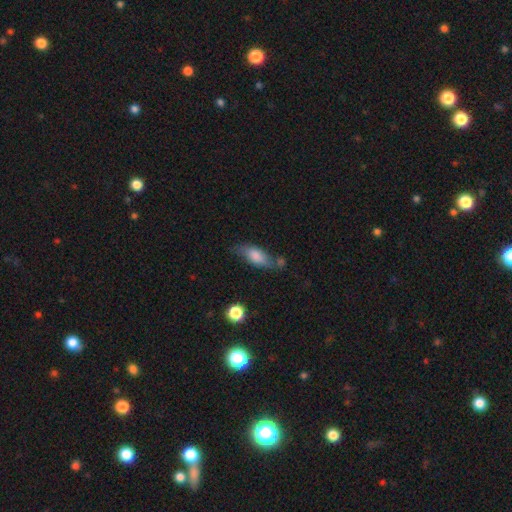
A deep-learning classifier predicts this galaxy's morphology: Smooth or featured?
  - smooth: 73% *
  - featured or disk: 19%
  - star or artifact: 7%
How rounded?
  - in between: 74% *
  - cigar-shaped: 22%
  - round: 4%
Merging?
  - none: 54% *
  - minor disturbance: 26%
  - merger: 12%
  - major disturbance: 8%